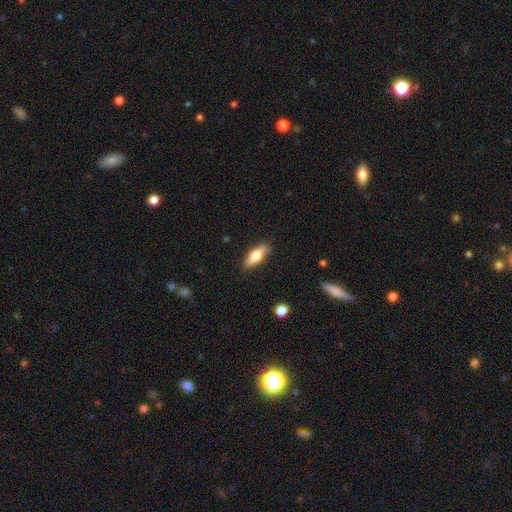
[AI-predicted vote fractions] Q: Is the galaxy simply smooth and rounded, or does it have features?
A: smooth — 63%.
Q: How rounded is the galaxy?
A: in between — 62%.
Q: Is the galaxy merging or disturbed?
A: none — 84%.